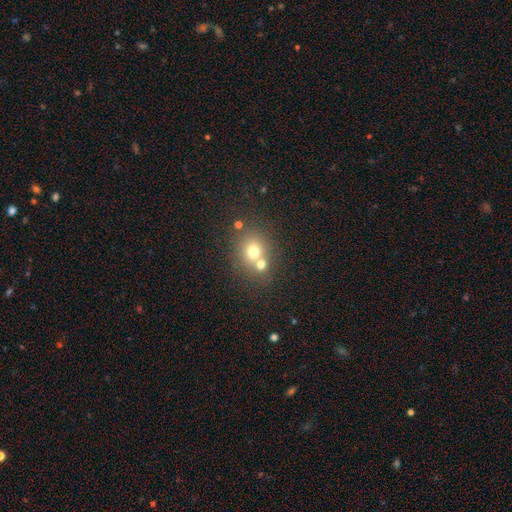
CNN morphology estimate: The model was most divided on "merging": none: 49%, merger: 40%, minor disturbance: 8%, major disturbance: 3%. More confident: how rounded — round (73%); smooth or featured — smooth (67%).